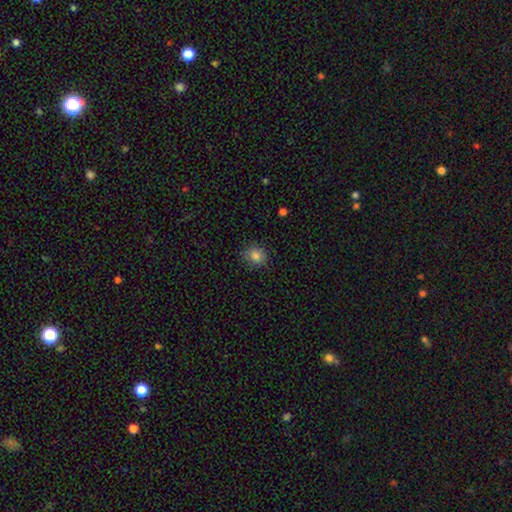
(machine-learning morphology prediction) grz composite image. It shows a smooth galaxy with no disk features (84%) that is round (73%). Merging: none (83%).